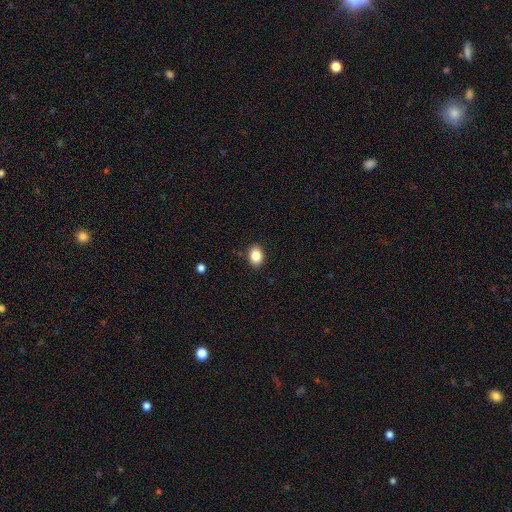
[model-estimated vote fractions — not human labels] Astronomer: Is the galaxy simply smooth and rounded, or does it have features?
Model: smooth — 86%.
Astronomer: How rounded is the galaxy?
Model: in between — 75%.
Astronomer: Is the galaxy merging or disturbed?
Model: none — 89%.